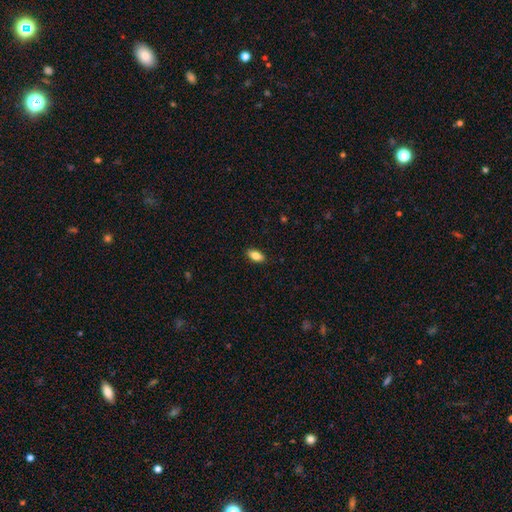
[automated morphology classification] A smooth galaxy with no disk features (82%) that is in between round and cigar-shaped (89%).

Vote fractions:
- Smooth or featured? smooth: 82% / featured or disk: 11% / star or artifact: 7%
- How rounded? in between: 89% / cigar-shaped: 8% / round: 4%
- Merging? none: 89% / minor disturbance: 9% / major disturbance: 2% / merger: 1%